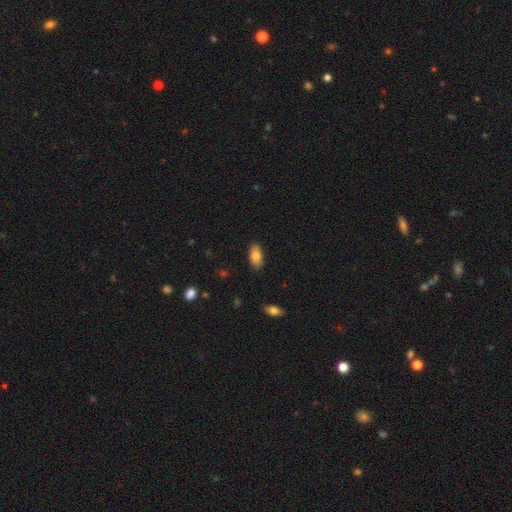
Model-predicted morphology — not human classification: Q: Smooth or featured?
A: smooth (81%); runner-up: featured or disk (13%)
Q: How rounded?
A: in between (92%); runner-up: cigar-shaped (5%)
Q: Merging?
A: none (86%); runner-up: minor disturbance (11%)